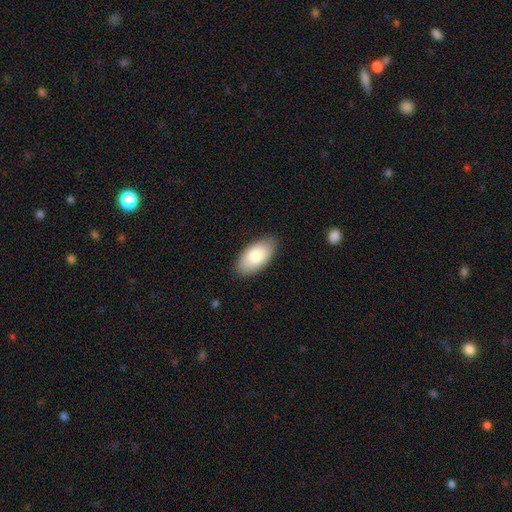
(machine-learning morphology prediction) Smooth or featured: smooth — 84% (featured or disk — 10%)
How rounded: in between — 95% (cigar-shaped — 3%)
Merging: none — 86% (minor disturbance — 10%)